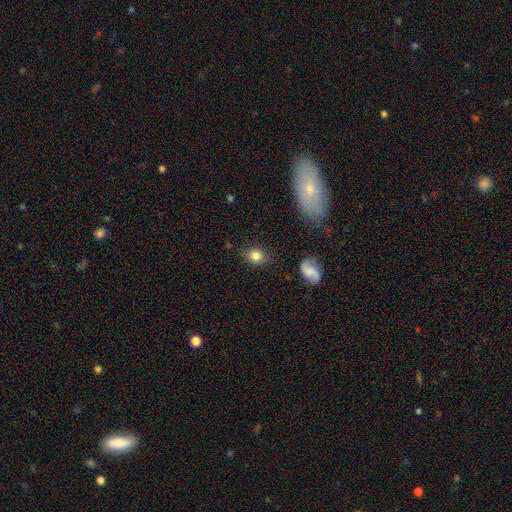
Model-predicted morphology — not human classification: smooth-or-featured: smooth: 83% | star or artifact: 9% | featured or disk: 8%
  how-rounded: round: 64% | in between: 34% | cigar-shaped: 1%
  merging: none: 82% | minor disturbance: 13% | major disturbance: 3% | merger: 2%